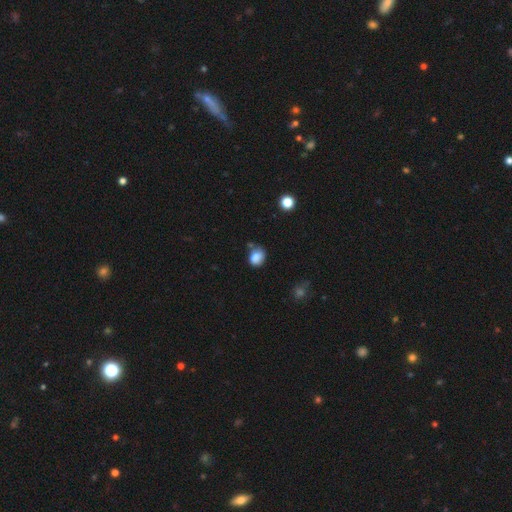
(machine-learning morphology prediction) Q: Smooth or featured?
A: smooth (83%); runner-up: star or artifact (10%)
Q: How rounded?
A: round (54%); runner-up: in between (45%)
Q: Merging?
A: none (58%); runner-up: minor disturbance (26%)